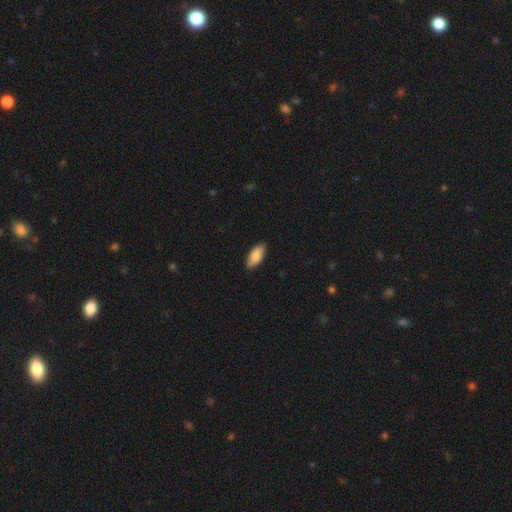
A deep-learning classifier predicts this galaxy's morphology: This appears to be a smooth galaxy with no disk features (86%) that is in between round and cigar-shaped (86%). Merging: none (88%).